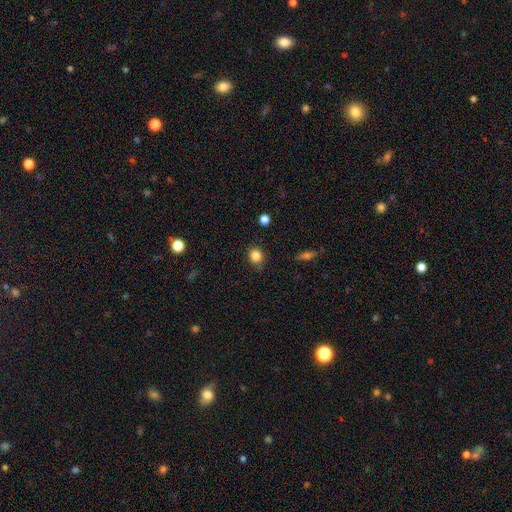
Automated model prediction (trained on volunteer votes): This appears to be a smooth galaxy with no disk features (84%) that is round (74%). Merging: none (82%).